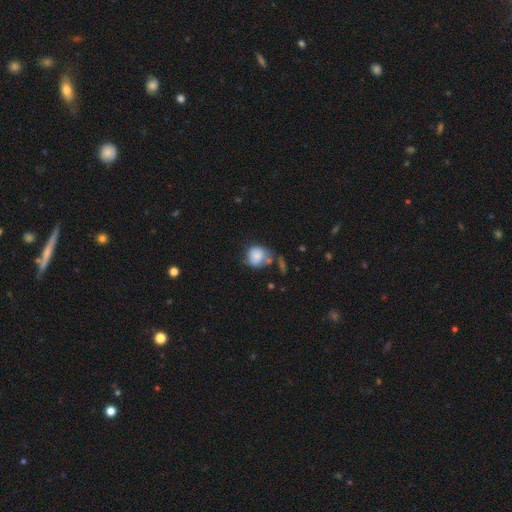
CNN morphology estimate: smooth 77%, featured or disk 15%, star or artifact 8%. Down the decision tree: how rounded — round (74%); merging — none (37%).